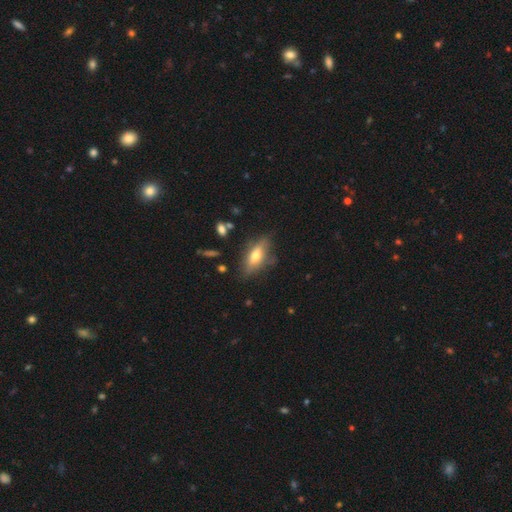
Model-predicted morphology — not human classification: The model was most divided on "smooth or featured": smooth: 49%, featured or disk: 43%, star or artifact: 8%. More confident: merging — none (72%).